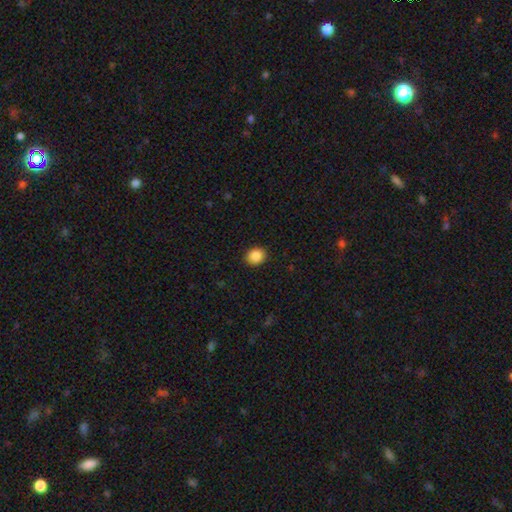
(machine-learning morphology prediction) Smooth or featured? smooth (87%)
How rounded? round (67%)
Merging? none (90%)